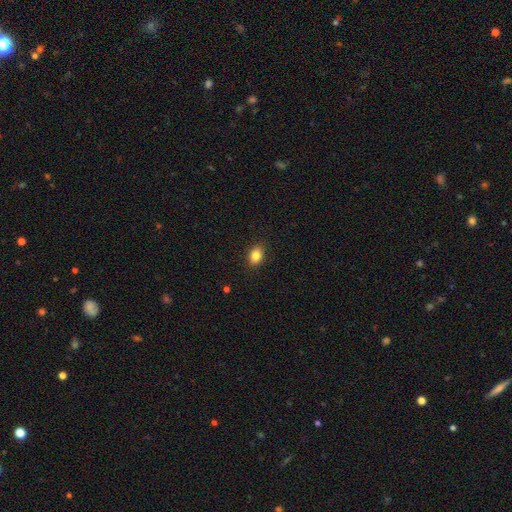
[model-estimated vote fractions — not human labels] A smooth galaxy with no disk features (84%) that is in between round and cigar-shaped (74%). Merging: none (89%).